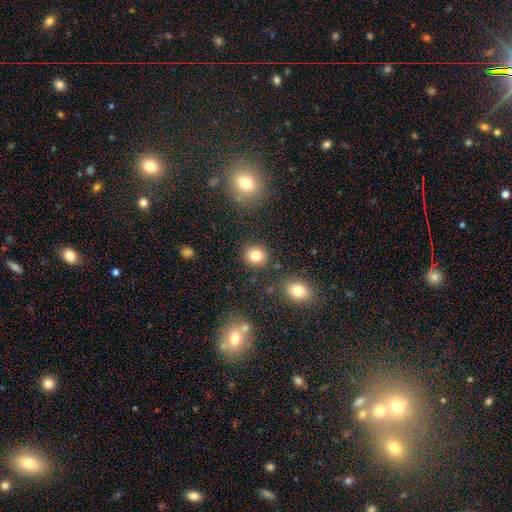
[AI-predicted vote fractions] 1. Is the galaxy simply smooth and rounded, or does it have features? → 83% smooth, 11% star or artifact, 6% featured or disk.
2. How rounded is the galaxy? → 79% round, 20% in between, 1% cigar-shaped.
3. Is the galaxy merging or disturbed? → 86% none, 8% minor disturbance, 3% merger, 3% major disturbance.